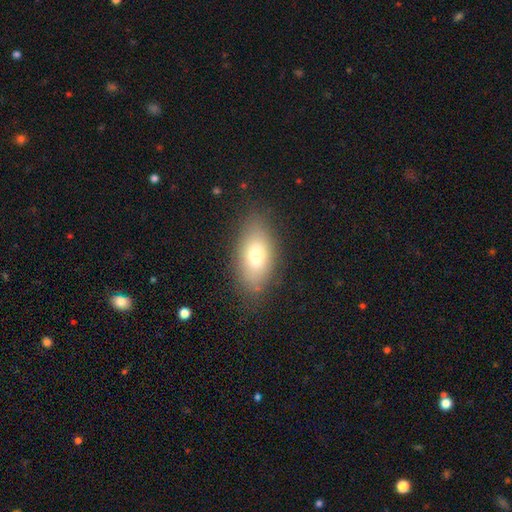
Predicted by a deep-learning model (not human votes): Morphology: type=smooth (74%); roundness=in between (88%); merging=none (81%).